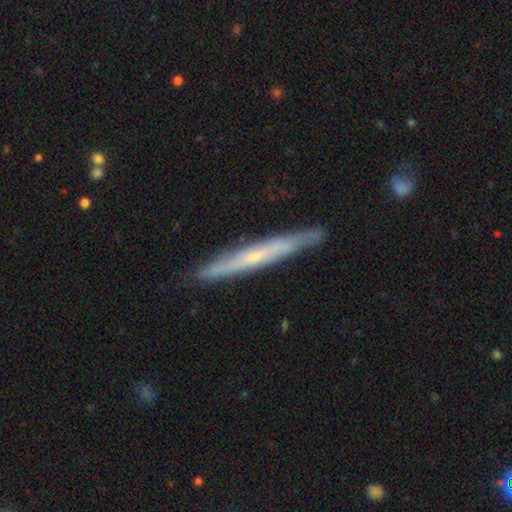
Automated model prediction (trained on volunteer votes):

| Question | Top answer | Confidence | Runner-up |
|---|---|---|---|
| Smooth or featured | featured or disk | 62% | smooth (32%) |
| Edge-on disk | yes | 91% | no (9%) |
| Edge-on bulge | none | 57% | rounded (39%) |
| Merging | none | 85% | minor disturbance (11%) |